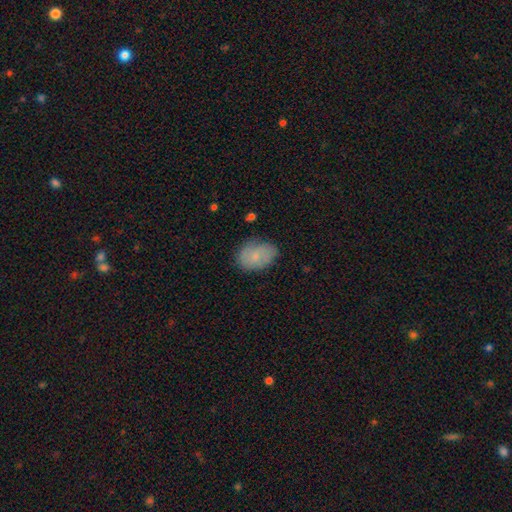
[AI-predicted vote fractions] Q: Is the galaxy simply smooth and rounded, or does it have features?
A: smooth — 74%.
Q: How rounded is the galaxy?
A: in between — 81%.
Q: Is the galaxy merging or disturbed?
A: none — 71%.